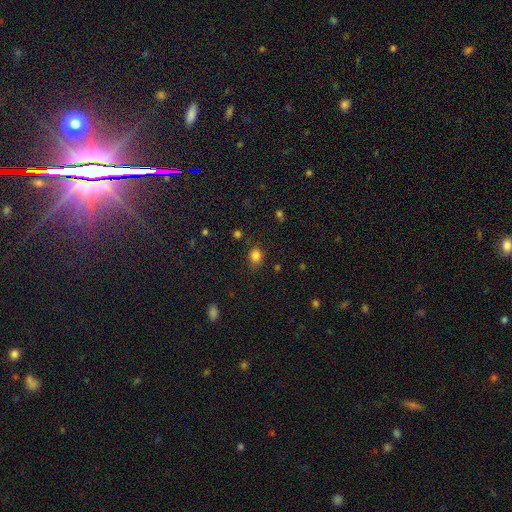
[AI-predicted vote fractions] Q: Smooth or featured?
A: smooth (82%); runner-up: star or artifact (13%)
Q: How rounded?
A: round (61%); runner-up: in between (38%)
Q: Merging?
A: none (74%); runner-up: minor disturbance (19%)